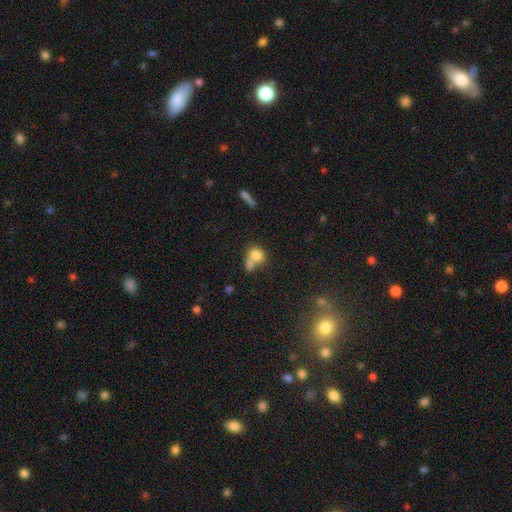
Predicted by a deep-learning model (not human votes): The model was most divided on "how rounded": in between: 52%, round: 46%, cigar-shaped: 2%. More confident: smooth or featured — smooth (77%); merging — merger (53%).